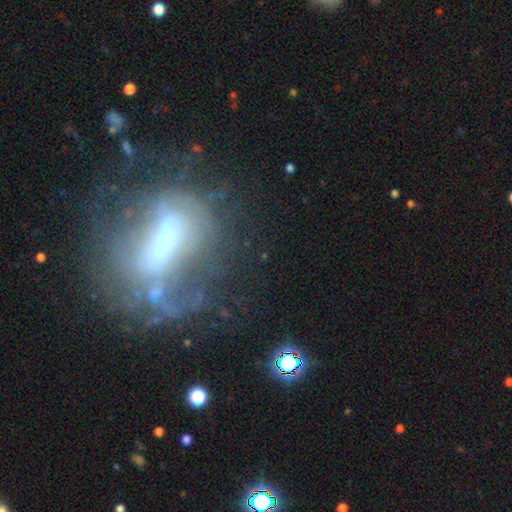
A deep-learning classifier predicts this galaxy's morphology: This appears to be a featured or disk galaxy (58%) with a strong bar (41%), no spiral arms (55%) and a moderate central bulge (34%). Merging: none (49%).